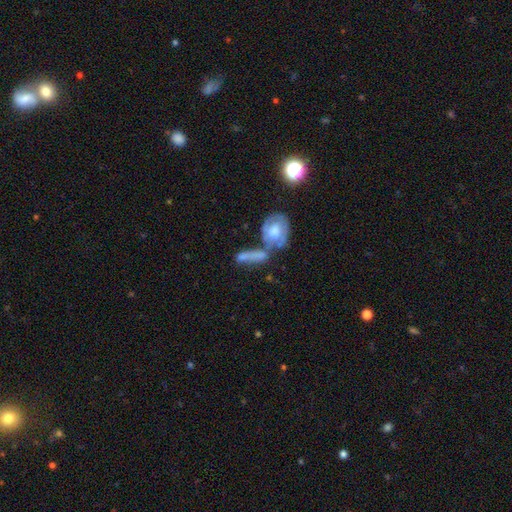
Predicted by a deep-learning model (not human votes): Overall: smooth (56%; featured or disk 36%). How rounded: in between (54%; cigar-shaped 37%). Merging: merger (46%; none 28%).